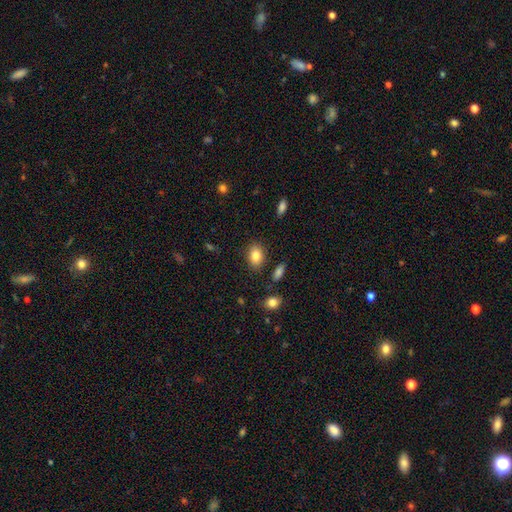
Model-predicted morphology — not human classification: Q: Smooth or featured?
A: smooth (84%); runner-up: star or artifact (9%)
Q: How rounded?
A: in between (70%); runner-up: round (29%)
Q: Merging?
A: none (85%); runner-up: minor disturbance (10%)